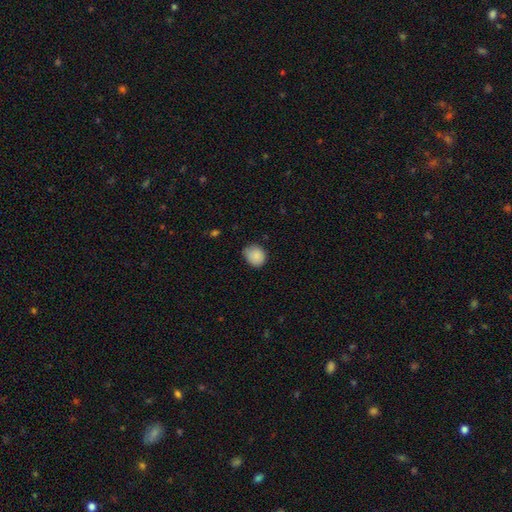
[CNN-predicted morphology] Smooth or featured: smooth — 87% (star or artifact — 8%)
How rounded: round — 67% (in between — 32%)
Merging: none — 70% (minor disturbance — 25%)